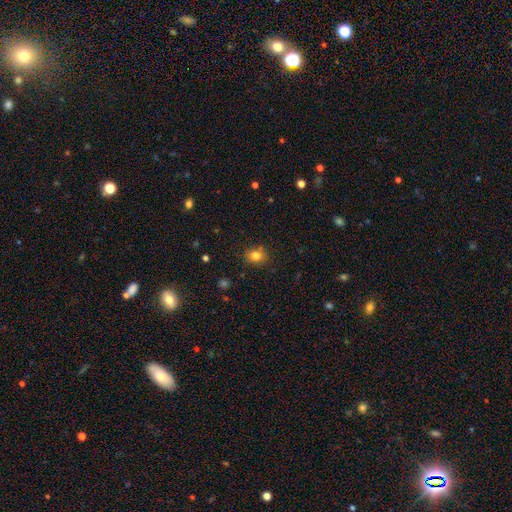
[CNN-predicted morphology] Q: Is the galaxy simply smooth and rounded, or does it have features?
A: smooth — 80%.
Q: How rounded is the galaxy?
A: round — 58%.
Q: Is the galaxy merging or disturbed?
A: none — 83%.